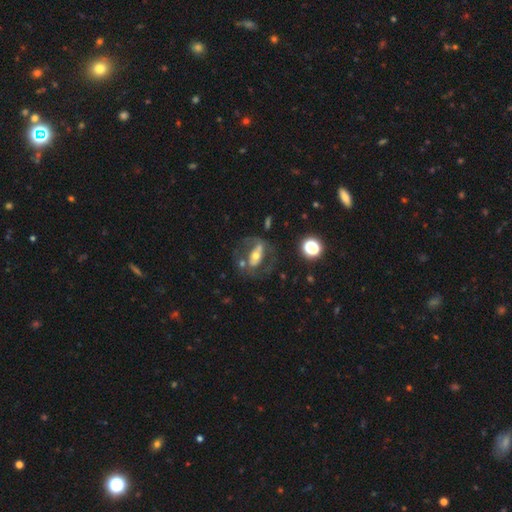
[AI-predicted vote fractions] This appears to be a featured or disk galaxy (61%) with no bar (42%), no spiral arms (56%) and a moderate central bulge (56%). Merging: none (52%).